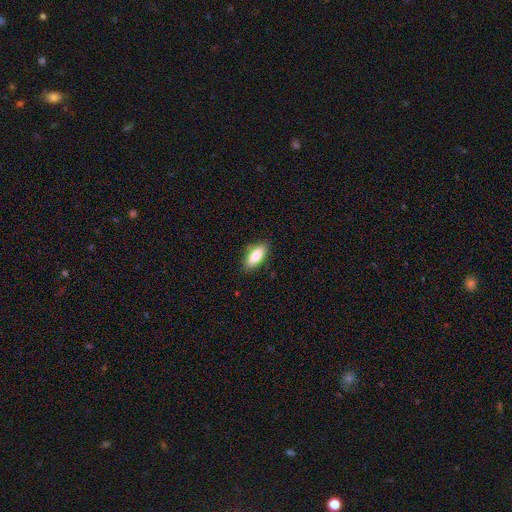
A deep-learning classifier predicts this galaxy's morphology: smooth 82%, featured or disk 12%, star or artifact 7%. Down the decision tree: how rounded — in between (84%); merging — none (84%).